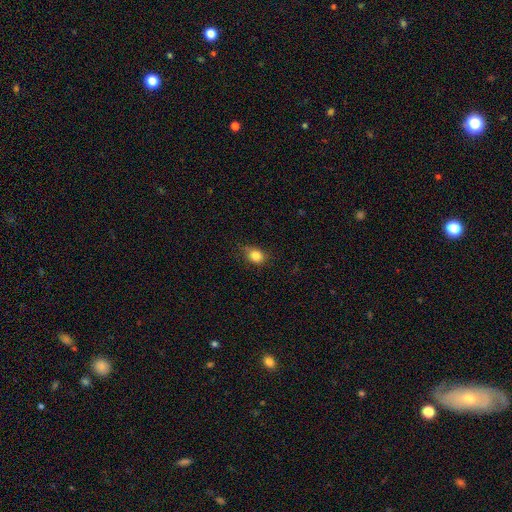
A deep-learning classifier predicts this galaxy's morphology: Smooth or featured? smooth (83%)
How rounded? round (56%)
Merging? none (70%)